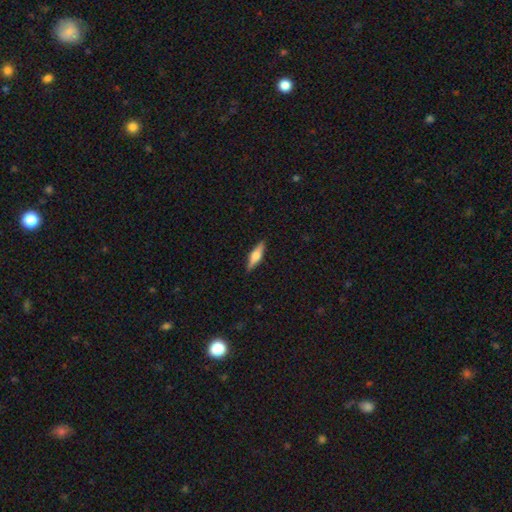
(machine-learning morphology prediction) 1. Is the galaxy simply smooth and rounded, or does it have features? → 49% featured or disk, 45% smooth, 6% star or artifact.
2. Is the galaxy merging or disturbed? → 89% none, 8% minor disturbance, 2% major disturbance, 1% merger.